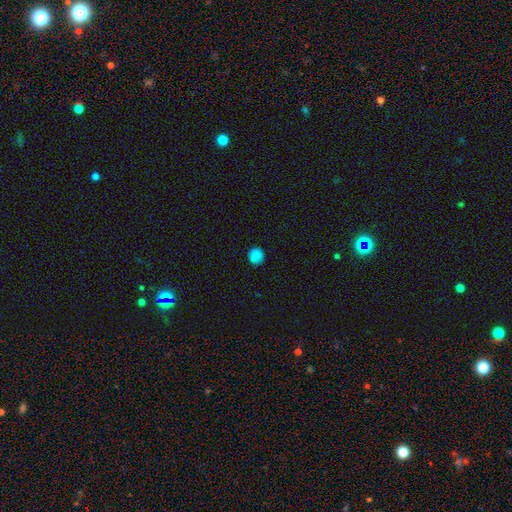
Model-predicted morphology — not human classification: This is clearly a smooth galaxy (84%). How rounded: clearly round (92%). Merging: clearly none (88%).